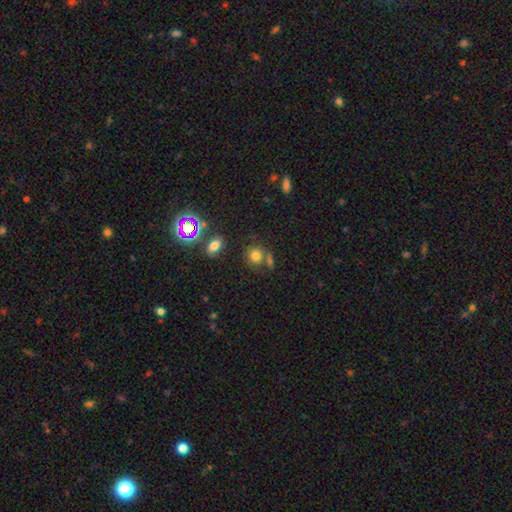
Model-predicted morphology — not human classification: This is likely a smooth galaxy (73%). How rounded: clearly round (80%). Merging: likely none (63%).